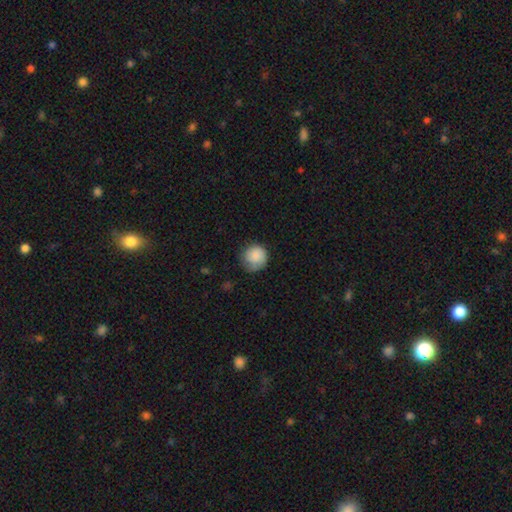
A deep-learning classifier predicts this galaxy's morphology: This is clearly a smooth galaxy (82%). How rounded: clearly round (91%). Merging: likely none (67%).